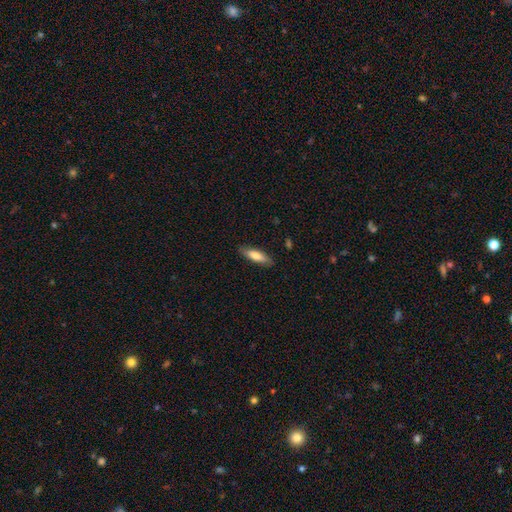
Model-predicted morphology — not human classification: smooth_or_featured: smooth (p=0.71) [alt: featured or disk p=0.24]
how_rounded: cigar-shaped (p=0.55) [alt: in between p=0.44]
merging: none (p=0.86) [alt: minor disturbance p=0.11]